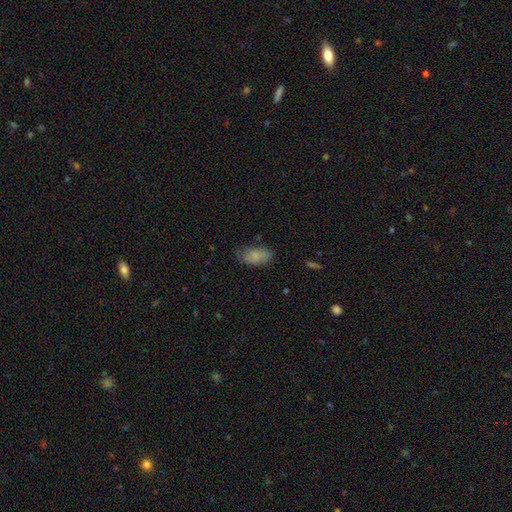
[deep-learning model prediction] Smooth or featured?
  - smooth: 80% *
  - featured or disk: 12%
  - star or artifact: 7%
How rounded?
  - in between: 93% *
  - round: 4%
  - cigar-shaped: 3%
Merging?
  - none: 63% *
  - minor disturbance: 28%
  - major disturbance: 7%
  - merger: 2%